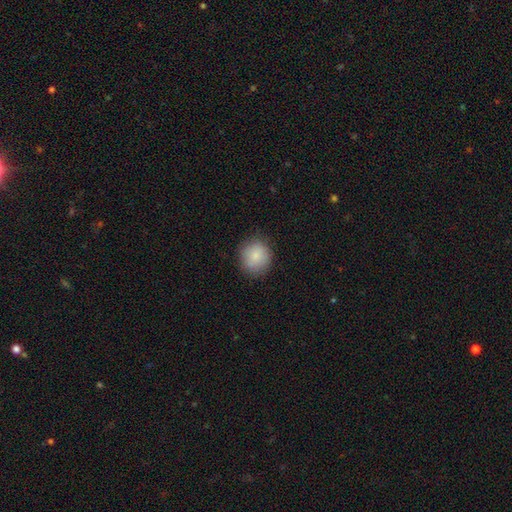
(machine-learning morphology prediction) This is clearly a smooth galaxy (85%). How rounded: clearly round (86%). Merging: clearly none (84%).